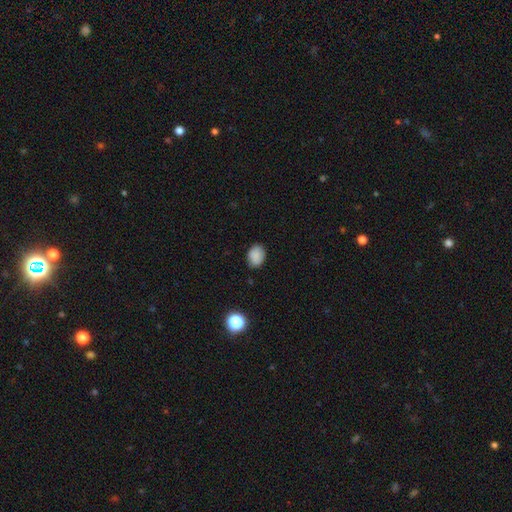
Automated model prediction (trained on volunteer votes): The model was most divided on "how rounded": in between: 68%, round: 31%, cigar-shaped: 1%. More confident: smooth or featured — smooth (86%); merging — none (83%).